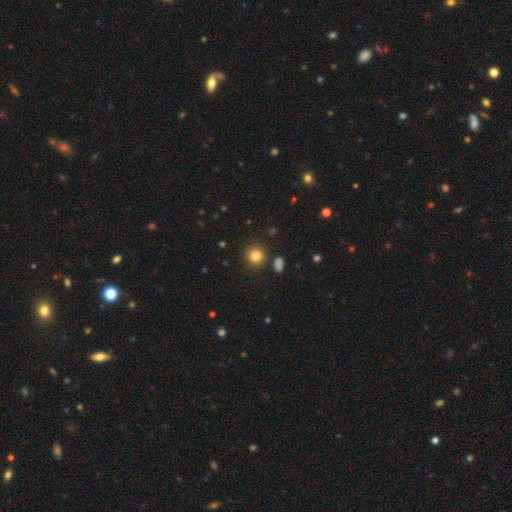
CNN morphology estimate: A smooth galaxy with no disk features (83%) that is round (89%). Merging: none (86%).